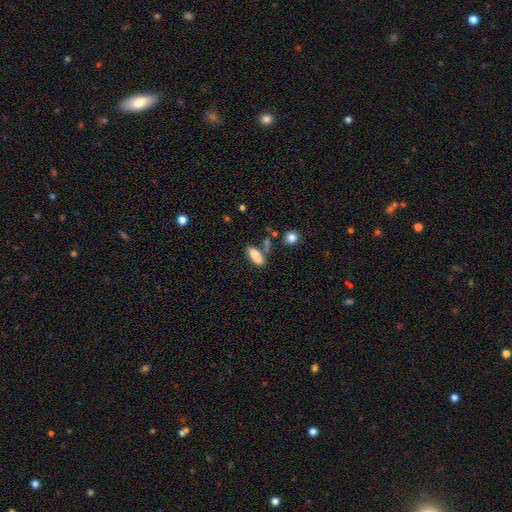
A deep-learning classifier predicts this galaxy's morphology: The model was most divided on "how rounded": in between: 55%, cigar-shaped: 43%, round: 2%. More confident: smooth or featured — smooth (84%); merging — none (67%).